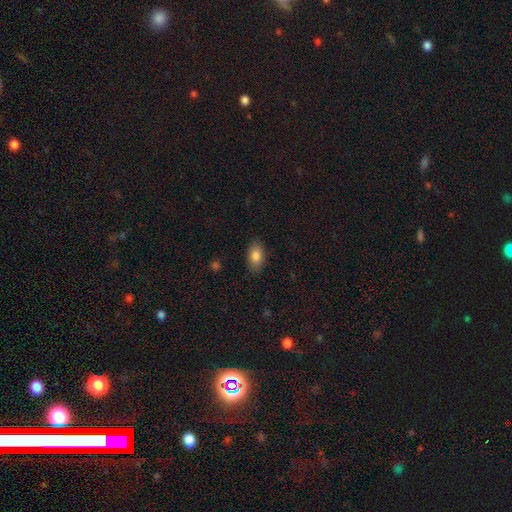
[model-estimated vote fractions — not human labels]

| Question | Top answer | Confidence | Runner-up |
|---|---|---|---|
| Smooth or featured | smooth | 84% | featured or disk (9%) |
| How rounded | in between | 91% | round (6%) |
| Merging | none | 87% | minor disturbance (10%) |